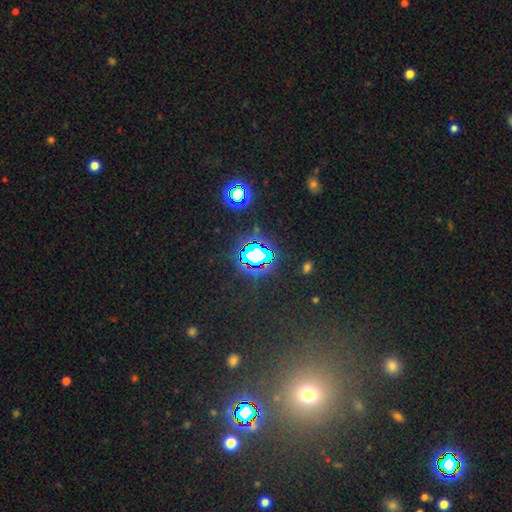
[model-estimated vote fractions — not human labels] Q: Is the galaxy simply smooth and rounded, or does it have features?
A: star or artifact — 70%.